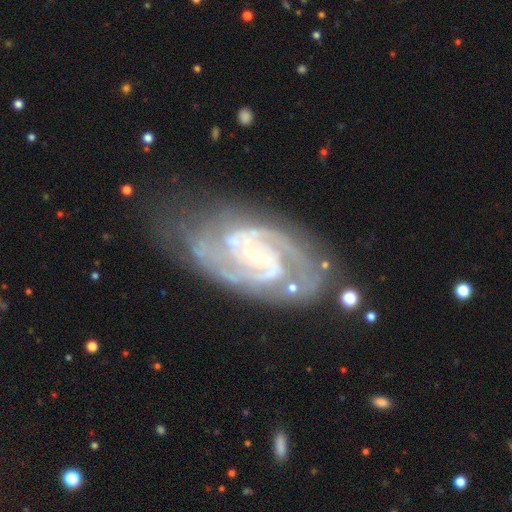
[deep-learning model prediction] Smooth or featured?
  - featured or disk: 92% *
  - star or artifact: 5%
  - smooth: 3%
Edge-on disk?
  - no: 97% *
  - yes: 3%
Bar?
  - weak: 43% *
  - no: 34%
  - strong: 24%
Spiral arms?
  - yes: 98% *
  - no: 2%
Spiral winding?
  - tight: 50% *
  - medium: 43%
  - loose: 6%
Spiral arm count?
  - 2: 72% *
  - 3: 11%
  - can't tell: 7%
  - 4: 4%
  - 1: 3%
  - more than 4: 3%
Bulge size?
  - small: 77% *
  - moderate: 18%
  - none: 2%
  - large: 1%
  - dominant: 1%
Merging?
  - none: 63% *
  - minor disturbance: 23%
  - major disturbance: 10%
  - merger: 4%